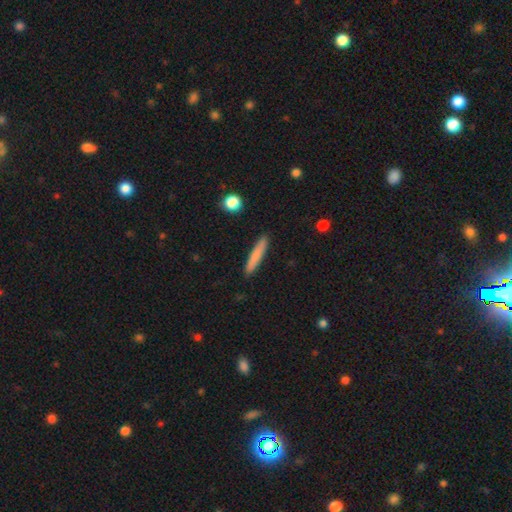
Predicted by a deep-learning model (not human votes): Smooth or featured: smooth — 79% (featured or disk — 15%)
How rounded: cigar-shaped — 93% (in between — 6%)
Merging: none — 90% (minor disturbance — 7%)